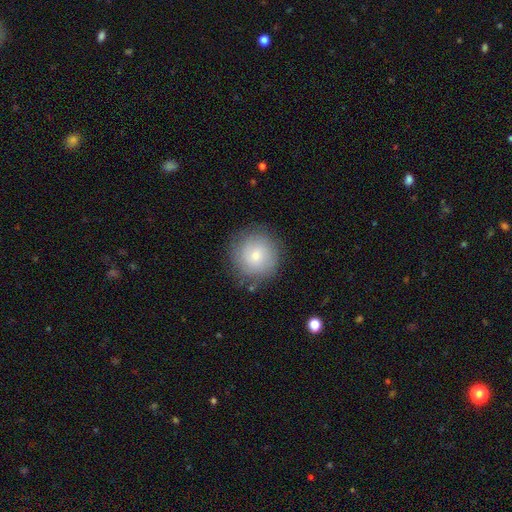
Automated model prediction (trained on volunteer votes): Smooth or featured: smooth — 74% (featured or disk — 18%)
How rounded: round — 94% (in between — 5%)
Merging: none — 82% (minor disturbance — 12%)